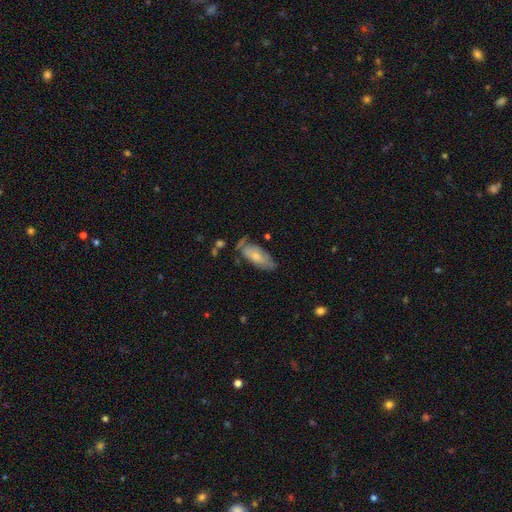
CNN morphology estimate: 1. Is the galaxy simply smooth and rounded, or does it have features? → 60% smooth, 33% featured or disk, 6% star or artifact.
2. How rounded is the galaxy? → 82% in between, 16% cigar-shaped, 2% round.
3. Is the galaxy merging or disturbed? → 52% none, 31% minor disturbance, 12% major disturbance, 5% merger.